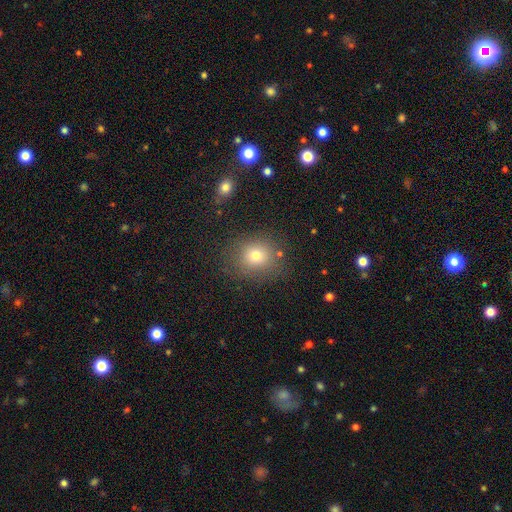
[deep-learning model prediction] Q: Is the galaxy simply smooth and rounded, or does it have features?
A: smooth — 74%.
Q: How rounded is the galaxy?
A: round — 76%.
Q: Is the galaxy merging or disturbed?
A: none — 80%.